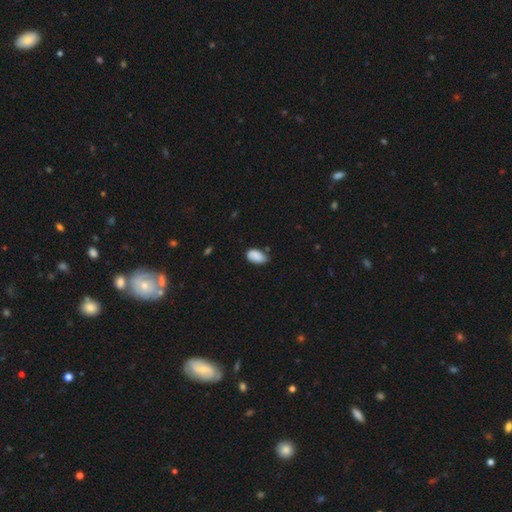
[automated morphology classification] Smooth or featured?
  - smooth: 79% *
  - featured or disk: 13%
  - star or artifact: 8%
How rounded?
  - in between: 93% *
  - round: 5%
  - cigar-shaped: 2%
Merging?
  - none: 61% *
  - minor disturbance: 30%
  - major disturbance: 5%
  - merger: 3%